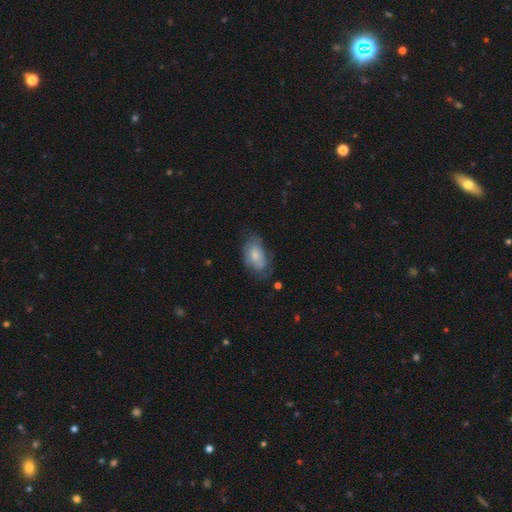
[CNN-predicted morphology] smooth-or-featured: smooth: 64% | featured or disk: 29% | star or artifact: 7%
  how-rounded: in between: 92% | round: 5% | cigar-shaped: 3%
  merging: none: 52% | minor disturbance: 32% | major disturbance: 14% | merger: 2%